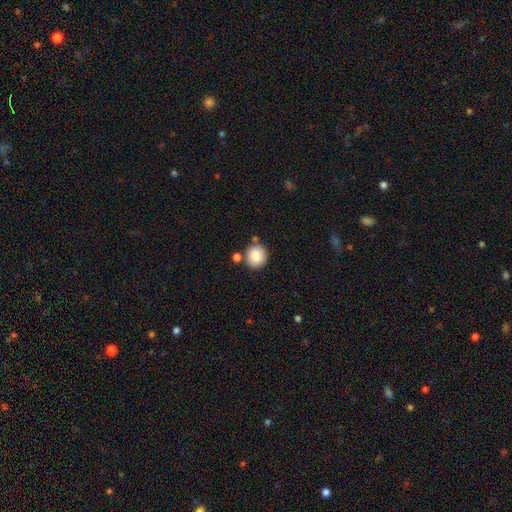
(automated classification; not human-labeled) This is clearly a smooth galaxy (82%). How rounded: clearly round (92%). Merging: likely none (78%).